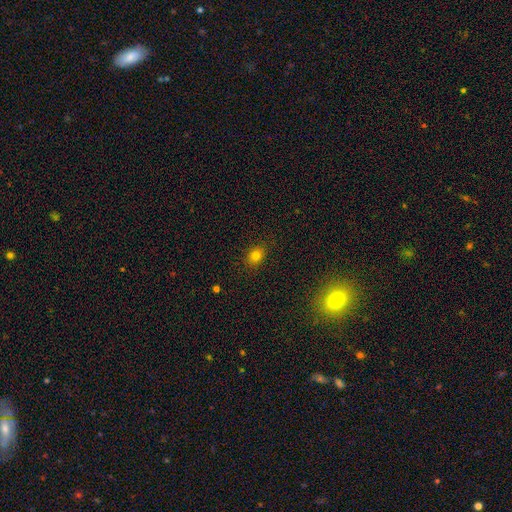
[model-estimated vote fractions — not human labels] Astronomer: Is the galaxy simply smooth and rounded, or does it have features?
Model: smooth — 78%.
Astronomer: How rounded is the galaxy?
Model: in between — 55% (runner-up: round, 44%).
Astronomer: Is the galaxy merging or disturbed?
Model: none — 87%.